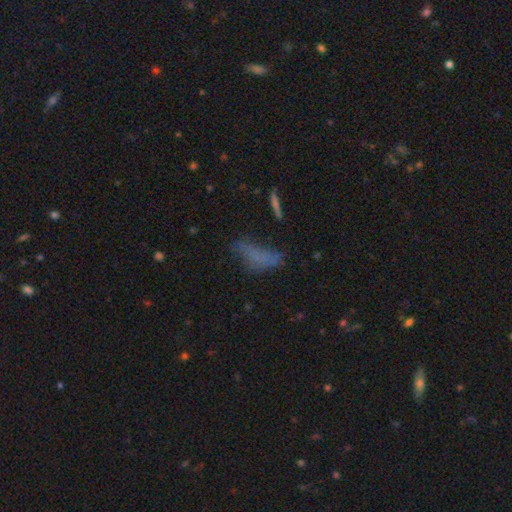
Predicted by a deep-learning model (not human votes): Overall: smooth (63%). How rounded: in between (57%; cigar-shaped 39%). Merging: none (46%; minor disturbance 27%).